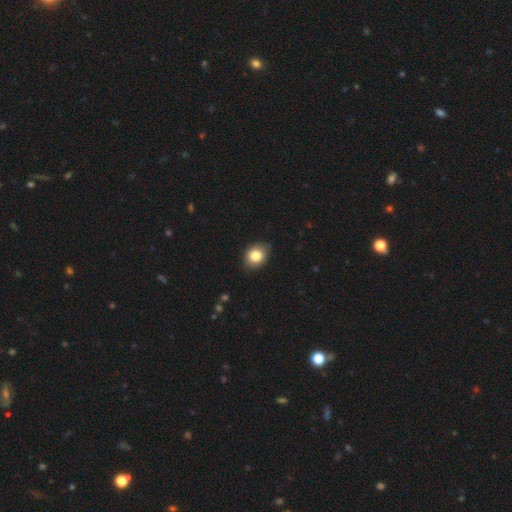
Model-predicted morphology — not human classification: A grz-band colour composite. It shows a smooth galaxy with no disk features (83%) that is round (52%). Merging: none (82%).